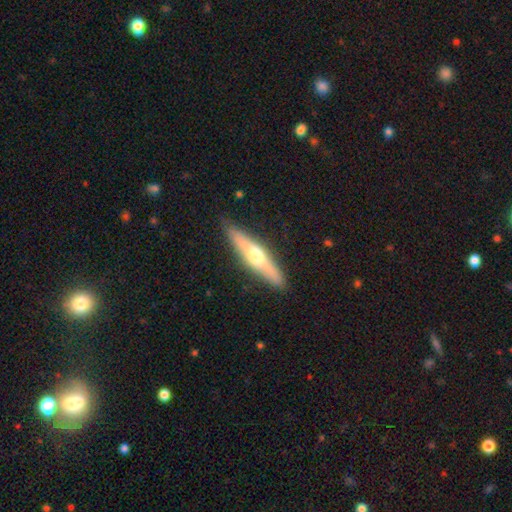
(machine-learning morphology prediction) Smooth or featured?
  - featured or disk: 53% *
  - smooth: 41%
  - star or artifact: 5%
Edge-on disk?
  - yes: 90% *
  - no: 10%
Merging?
  - none: 87% *
  - minor disturbance: 10%
  - major disturbance: 2%
  - merger: 1%